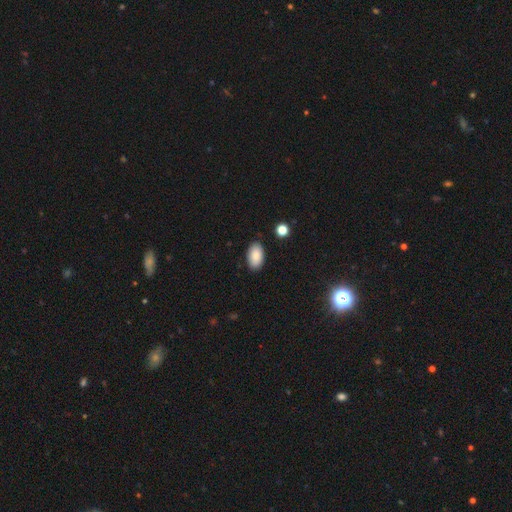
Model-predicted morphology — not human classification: Smooth or featured? Predicted: smooth (p=0.88). How rounded? Predicted: in between (p=0.94). Merging? Predicted: none (p=0.87).